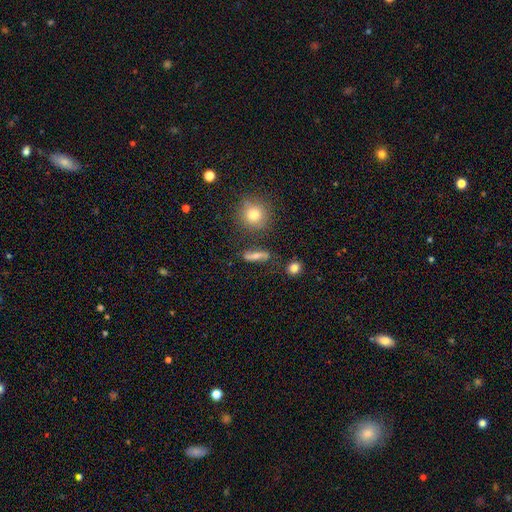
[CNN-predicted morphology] Smooth or featured? Predicted: smooth (p=0.48). Merging? Predicted: none (p=0.74).